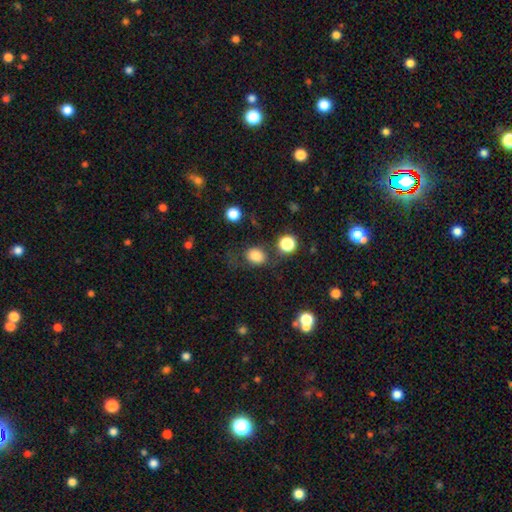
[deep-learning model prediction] This appears to be a smooth galaxy with no disk features (82%) that is round (57%). Merging: none (69%).